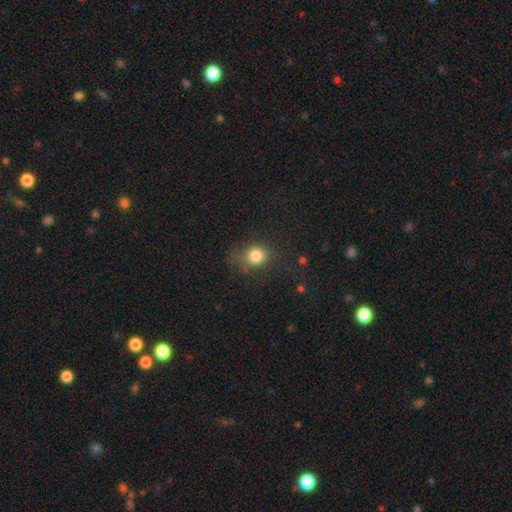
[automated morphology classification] type=smooth (80%); roundness=round (79%); merging=none (64%).